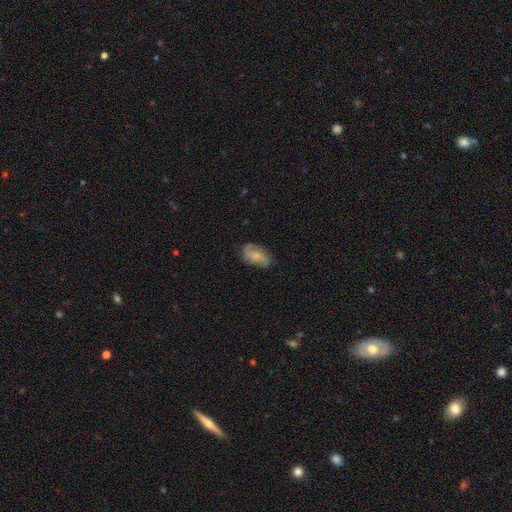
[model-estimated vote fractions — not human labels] The model was most divided on "smooth or featured": smooth: 54%, featured or disk: 39%, star or artifact: 7%. More confident: how rounded — in between (91%); merging — none (71%).